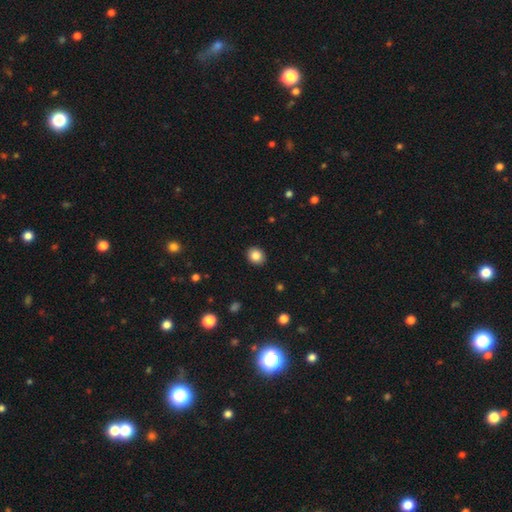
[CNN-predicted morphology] This appears to be a smooth galaxy with no disk features (85%) that is round (64%). Merging: none (91%).